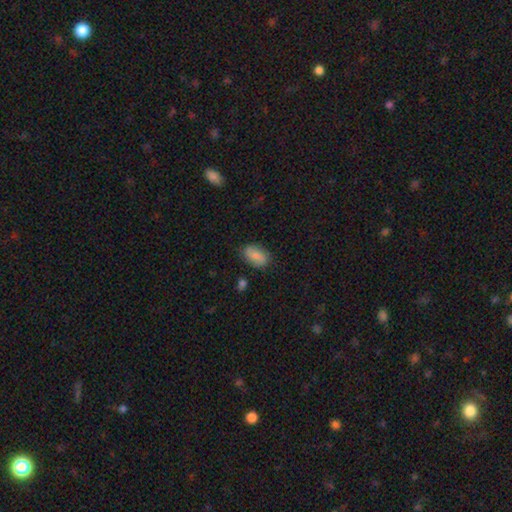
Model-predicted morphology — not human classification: This is likely a smooth galaxy (76%). How rounded: clearly in between (91%). Merging: likely none (80%).